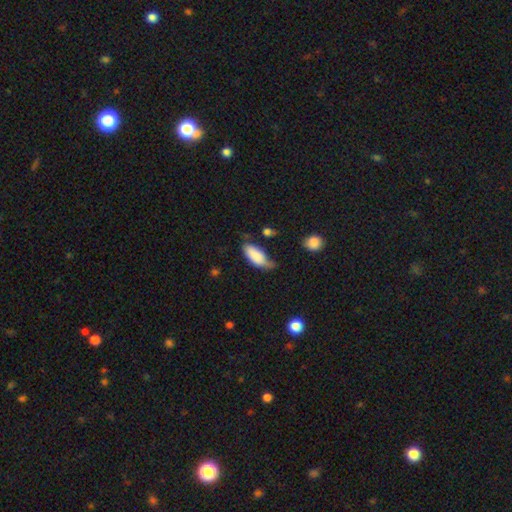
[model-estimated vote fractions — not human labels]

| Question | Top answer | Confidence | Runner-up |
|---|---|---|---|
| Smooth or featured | smooth | 82% | featured or disk (11%) |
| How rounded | in between | 87% | cigar-shaped (11%) |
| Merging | minor disturbance | 44% | none (34%) |